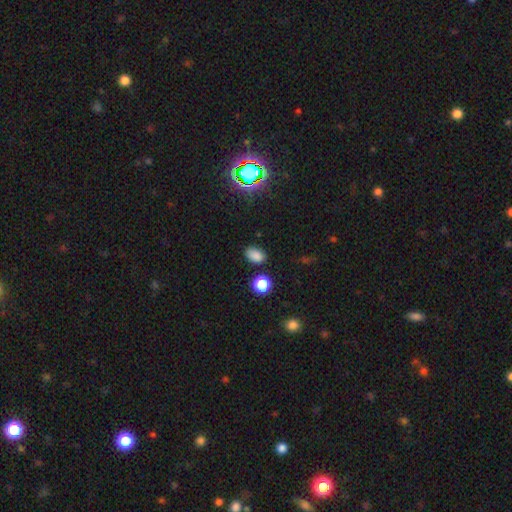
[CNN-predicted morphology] The model was most divided on "smooth or featured": smooth: 80%, star or artifact: 16%, featured or disk: 4%. More confident: how rounded — in between (81%); merging — none (80%).